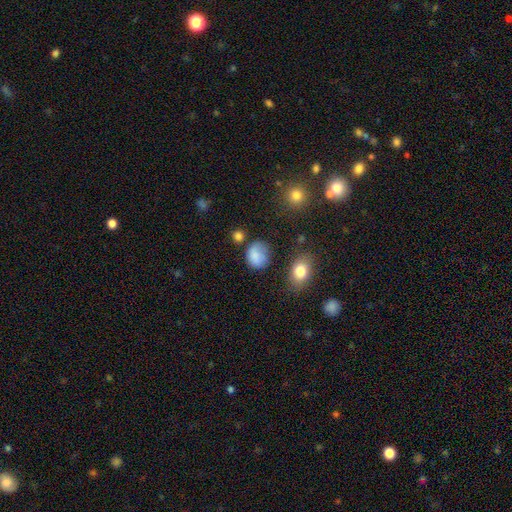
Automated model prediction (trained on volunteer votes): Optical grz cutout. It shows a smooth galaxy with no disk features (81%) that is round (57%). Merging: none (54%).